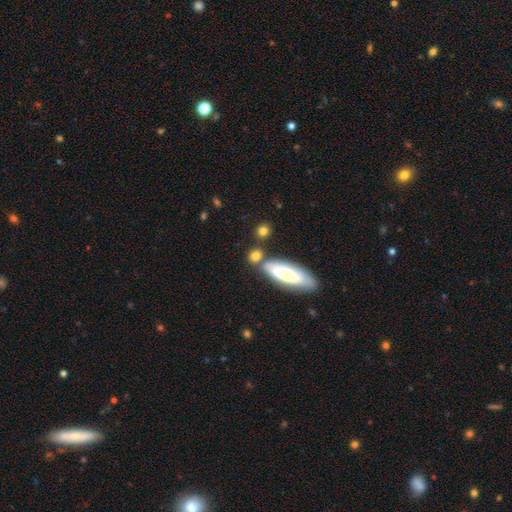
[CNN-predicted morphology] The model was most divided on "how rounded": round: 43%, in between: 38%, cigar-shaped: 19%. More confident: smooth or featured — smooth (76%); merging — none (64%).